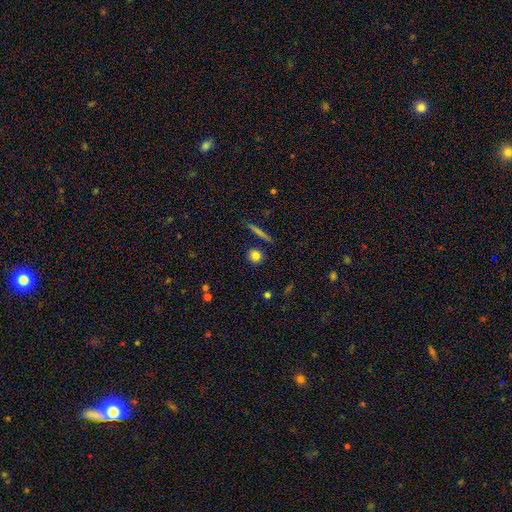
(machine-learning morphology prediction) A smooth galaxy with no disk features (81%) that is round (85%). Merging: none (86%).